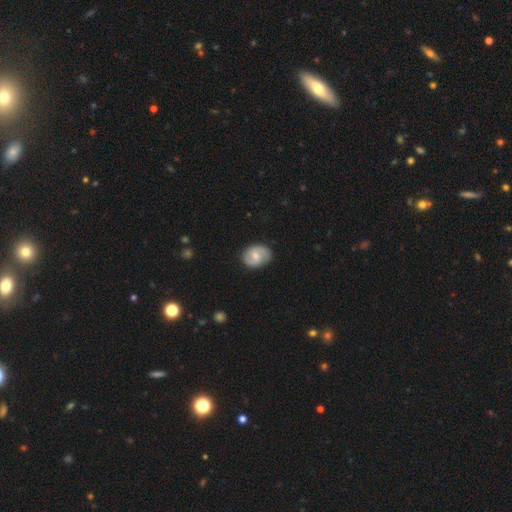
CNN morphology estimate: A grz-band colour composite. It shows a featured or disk galaxy (50%). Merging: none (81%).